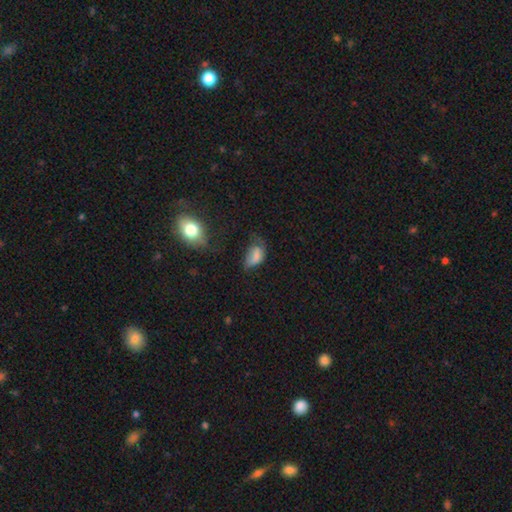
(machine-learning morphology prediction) Q: Smooth or featured?
A: smooth (73%); runner-up: featured or disk (17%)
Q: How rounded?
A: in between (89%); runner-up: round (9%)
Q: Merging?
A: minor disturbance (36%); runner-up: none (31%)